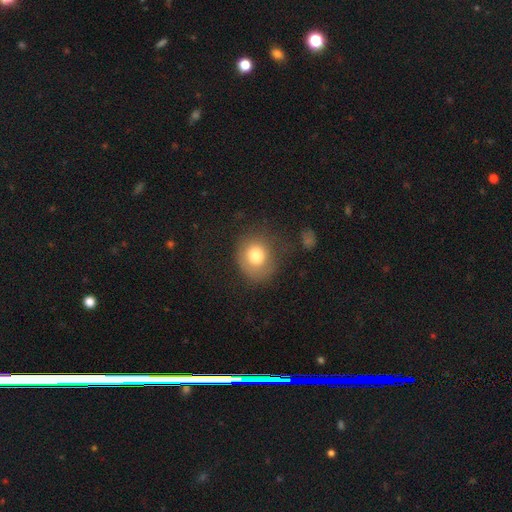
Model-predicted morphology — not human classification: Smooth or featured? smooth (76%)
How rounded? round (73%)
Merging? none (63%)